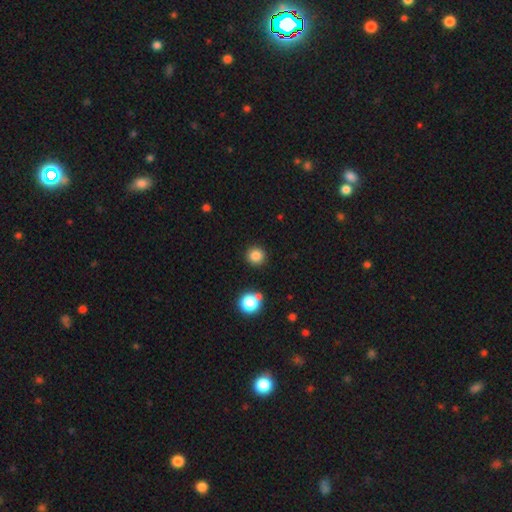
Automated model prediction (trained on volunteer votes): smooth 83%, star or artifact 12%, featured or disk 5%. Down the decision tree: how rounded — round (94%); merging — none (90%).